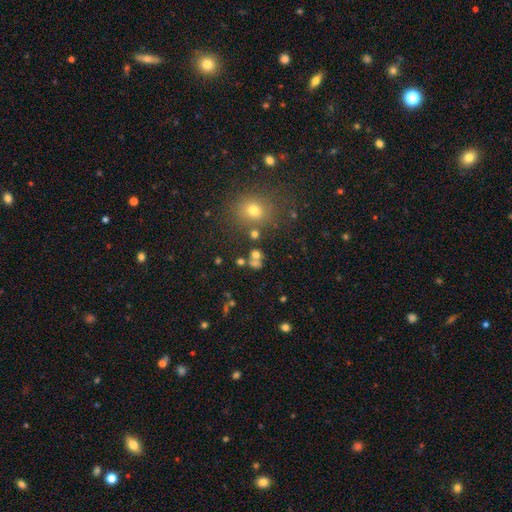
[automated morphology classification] smooth-or-featured: smooth: 63% | star or artifact: 23% | featured or disk: 13%
  how-rounded: round: 70% | in between: 28% | cigar-shaped: 2%
  merging: none: 53% | merger: 30% | minor disturbance: 10% | major disturbance: 7%